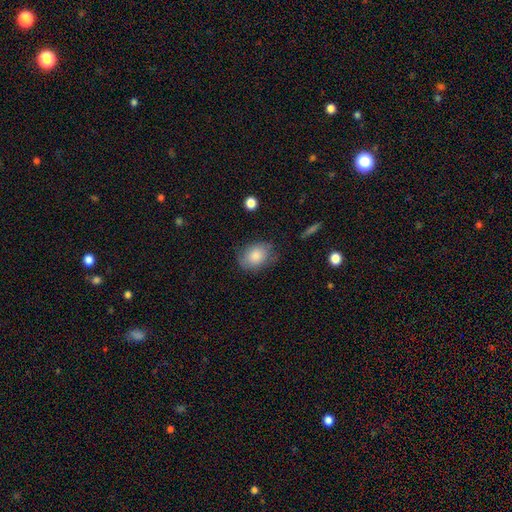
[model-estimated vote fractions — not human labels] smooth 80%, featured or disk 13%, star or artifact 7%. Down the decision tree: how rounded — in between (70%); merging — none (69%).